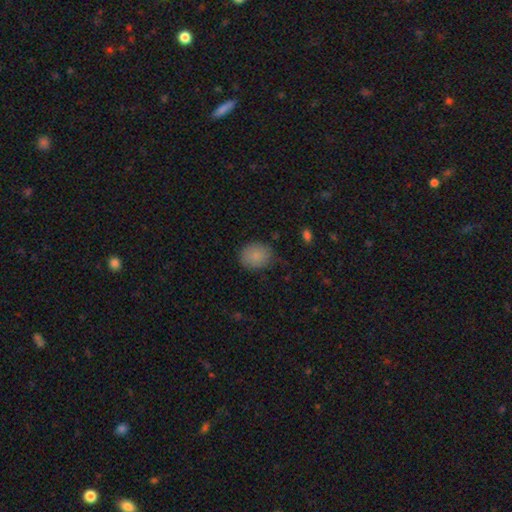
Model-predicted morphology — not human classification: The model was most divided on "how rounded": round: 66%, in between: 33%, cigar-shaped: 1%. More confident: smooth or featured — smooth (86%); merging — none (75%).